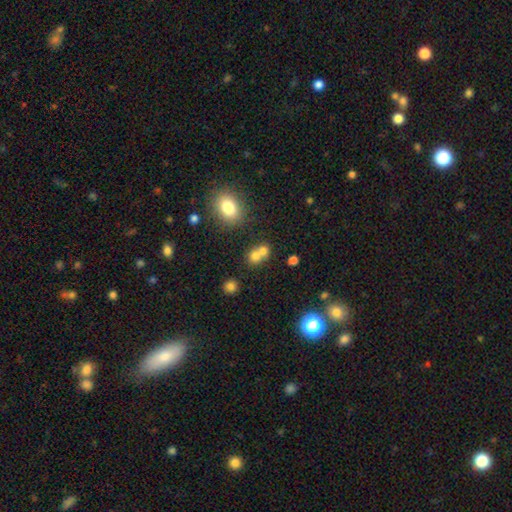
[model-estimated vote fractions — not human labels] Smooth or featured: smooth — 73% (star or artifact — 14%)
How rounded: round — 71% (in between — 28%)
Merging: merger — 56% (none — 34%)